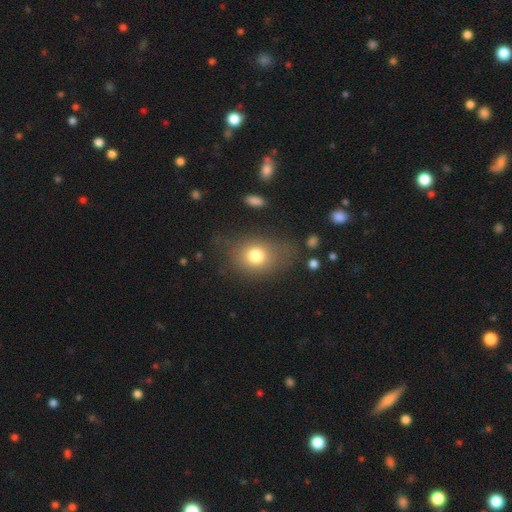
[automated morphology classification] smooth 76%, featured or disk 12%, star or artifact 11%. Down the decision tree: how rounded — in between (52%); merging — none (67%).